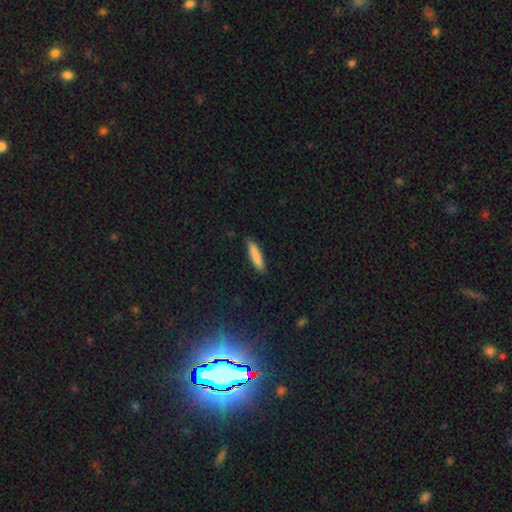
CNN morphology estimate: This appears to be a smooth galaxy with no disk features (84%) that is cigar-shaped (85%). Merging: none (86%).